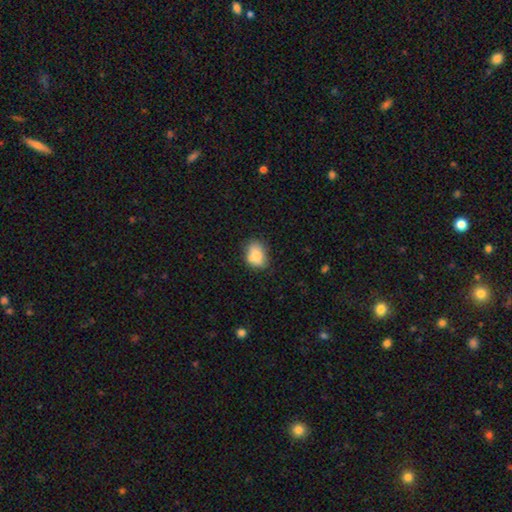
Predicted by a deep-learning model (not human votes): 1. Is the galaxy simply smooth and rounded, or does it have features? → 80% smooth, 12% featured or disk, 8% star or artifact.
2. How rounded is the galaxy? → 73% in between, 26% round, 1% cigar-shaped.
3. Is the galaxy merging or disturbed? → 61% none, 24% minor disturbance, 10% merger, 5% major disturbance.